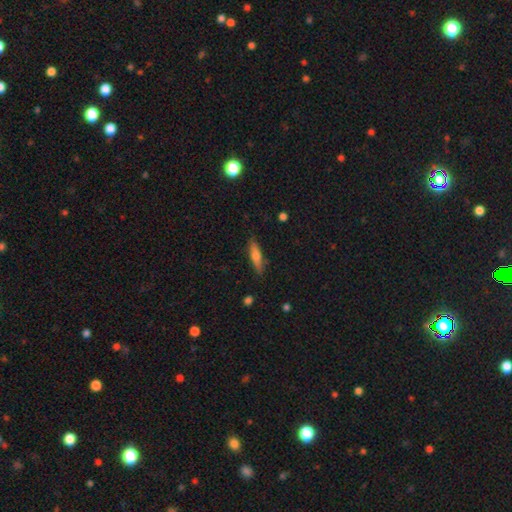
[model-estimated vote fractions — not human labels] Smooth or featured: smooth — 66% (featured or disk — 27%)
How rounded: cigar-shaped — 72% (in between — 26%)
Merging: none — 84% (minor disturbance — 12%)